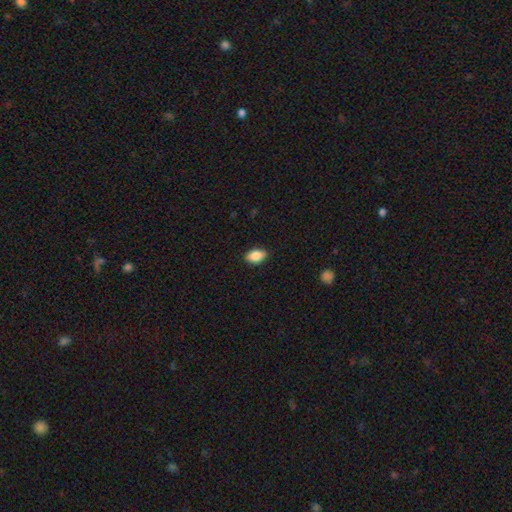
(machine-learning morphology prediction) Smooth or featured: smooth — 86% (star or artifact — 7%)
How rounded: in between — 89% (round — 9%)
Merging: none — 87% (minor disturbance — 10%)